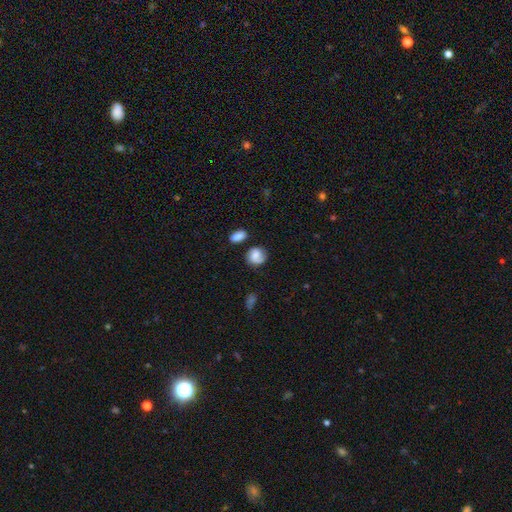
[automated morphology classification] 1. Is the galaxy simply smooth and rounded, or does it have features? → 59% smooth, 32% featured or disk, 9% star or artifact.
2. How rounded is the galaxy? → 70% round, 28% in between, 1% cigar-shaped.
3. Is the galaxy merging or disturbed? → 66% none, 20% minor disturbance, 7% merger, 7% major disturbance.